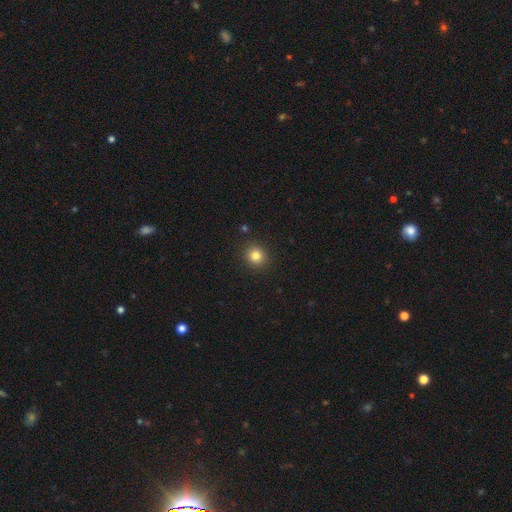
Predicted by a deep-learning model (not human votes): Overall: smooth (82%). How rounded: round (86%). Merging: none (91%).